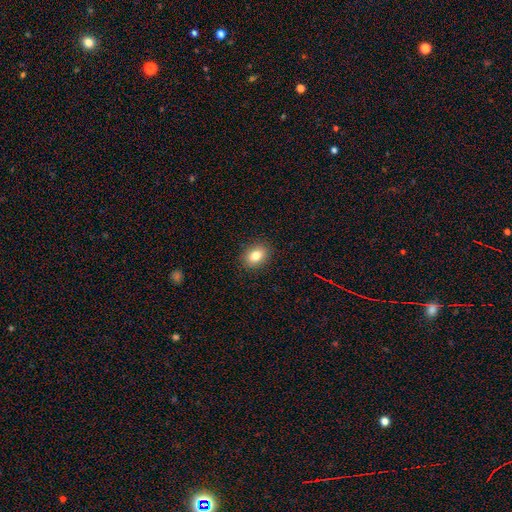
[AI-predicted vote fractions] Smooth or featured? Predicted: smooth (p=0.82). How rounded? Predicted: in between (p=0.72). Merging? Predicted: none (p=0.89).